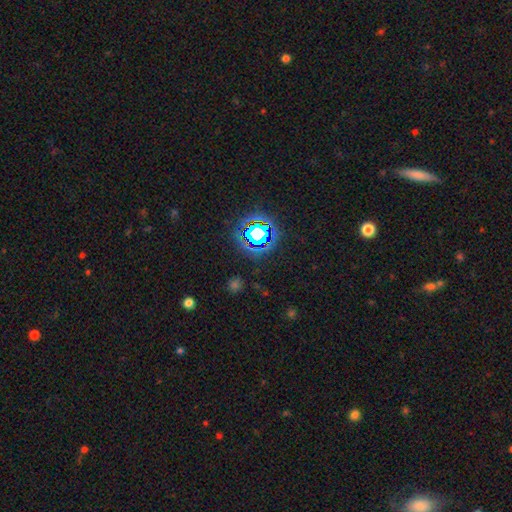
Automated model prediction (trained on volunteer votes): A star or artifact, not a galaxy (75%).